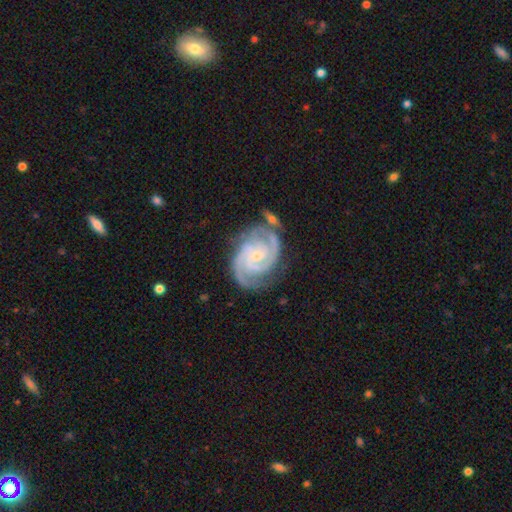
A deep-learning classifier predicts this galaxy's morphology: This appears to be a featured or disk galaxy (93%) with no bar (61%), 2 (57%) tight (69%) spiral arms (99%) and a small central bulge (72%). Merging: none (68%).